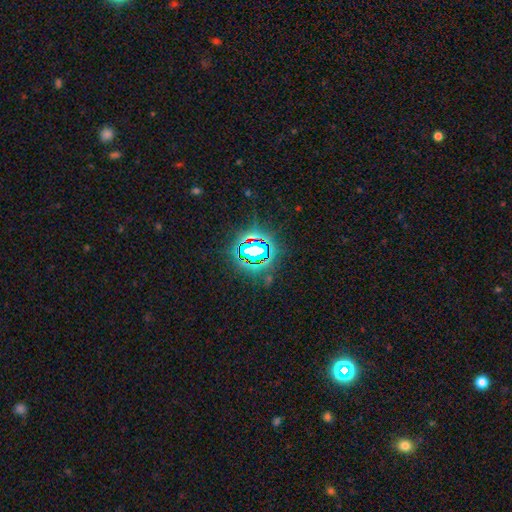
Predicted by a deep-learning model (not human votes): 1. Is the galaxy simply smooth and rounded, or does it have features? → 76% star or artifact, 13% smooth, 11% featured or disk.